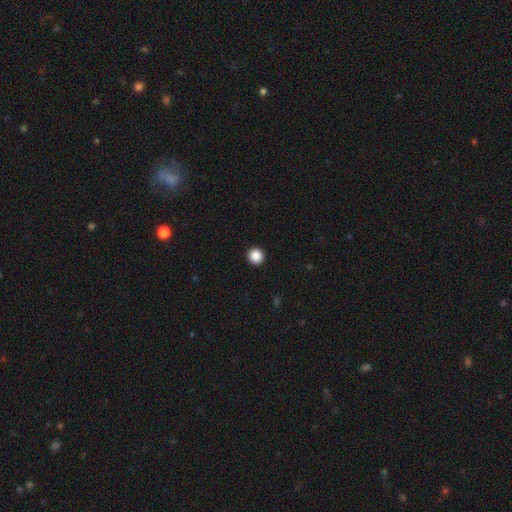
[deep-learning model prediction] This appears to be a smooth galaxy with no disk features (88%) that is round (96%). Merging: none (94%).